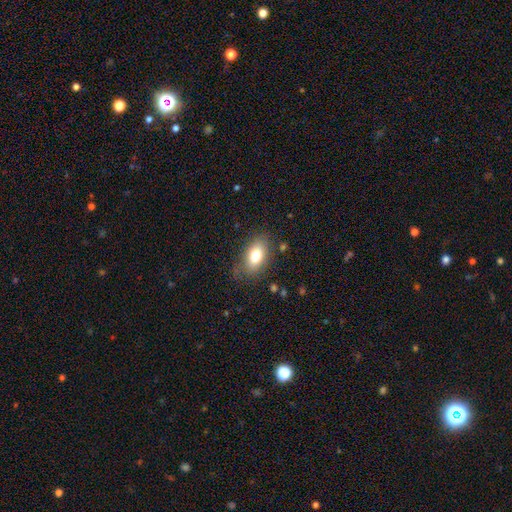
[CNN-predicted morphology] This is likely a smooth galaxy (76%). How rounded: clearly in between (88%). Merging: likely none (77%).